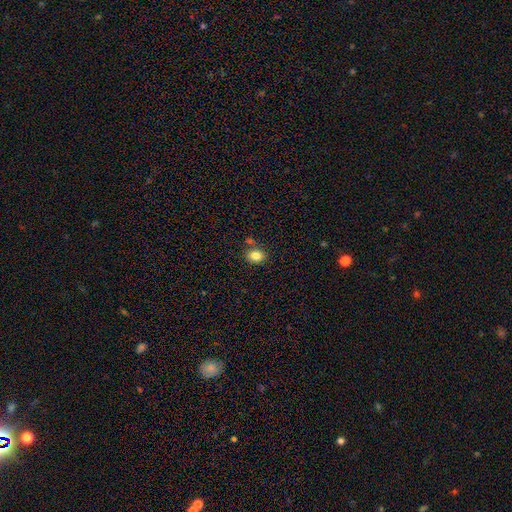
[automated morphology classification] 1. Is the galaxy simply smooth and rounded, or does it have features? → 83% smooth, 10% star or artifact, 7% featured or disk.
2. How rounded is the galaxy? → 60% in between, 39% round, 1% cigar-shaped.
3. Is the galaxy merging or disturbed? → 76% none, 12% minor disturbance, 9% merger, 3% major disturbance.